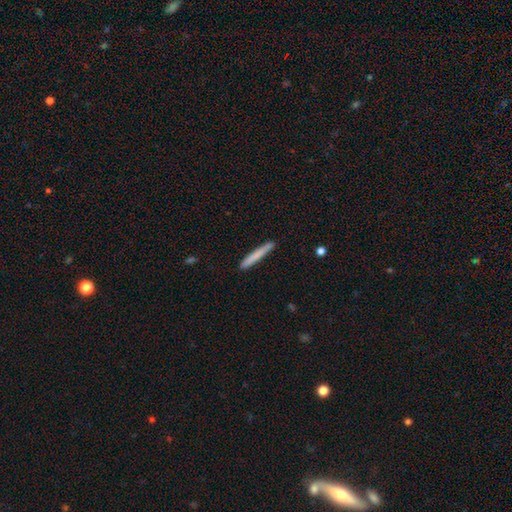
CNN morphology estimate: Smooth or featured: smooth — 76% (featured or disk — 19%)
How rounded: cigar-shaped — 96% (in between — 2%)
Merging: none — 88% (minor disturbance — 9%)